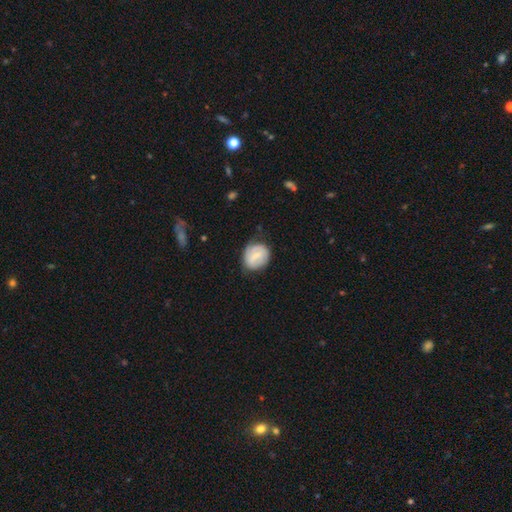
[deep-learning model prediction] The model was most divided on "smooth or featured": smooth: 54%, featured or disk: 39%, star or artifact: 7%. More confident: how rounded — round (67%); merging — none (66%).